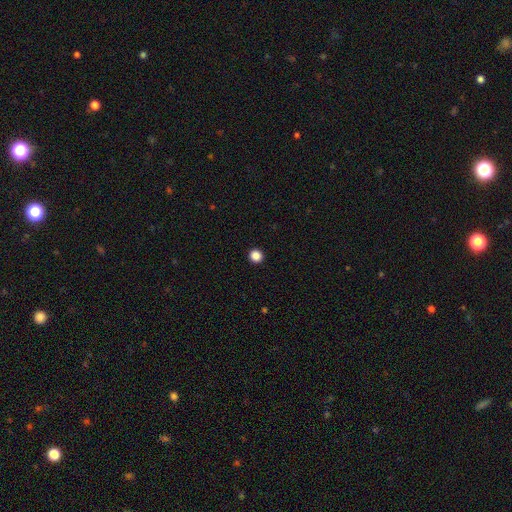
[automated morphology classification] The model was most divided on "smooth or featured": smooth: 87%, star or artifact: 11%, featured or disk: 2%. More confident: merging — none (94%); how rounded — round (94%).